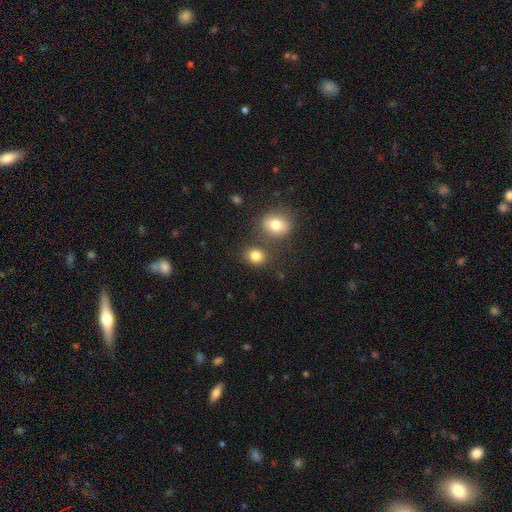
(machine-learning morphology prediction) A smooth galaxy with no disk features (82%) that is round (56%).

Vote fractions:
- Smooth or featured? smooth: 82% / star or artifact: 11% / featured or disk: 7%
- How rounded? round: 56% / in between: 43% / cigar-shaped: 1%
- Merging? none: 69% / merger: 17% / minor disturbance: 11% / major disturbance: 4%